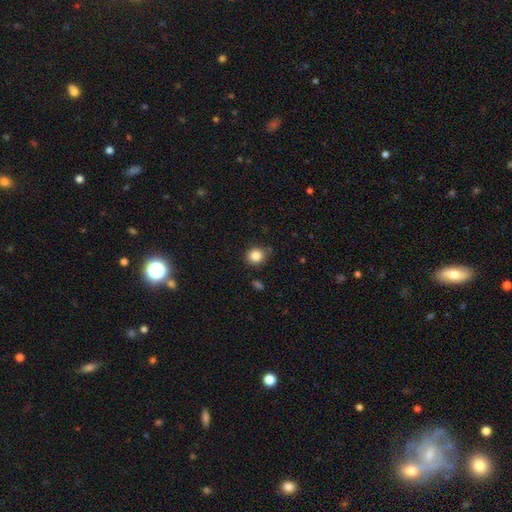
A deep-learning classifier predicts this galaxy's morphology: This appears to be a smooth galaxy with no disk features (85%) that is round (81%). Merging: none (83%).